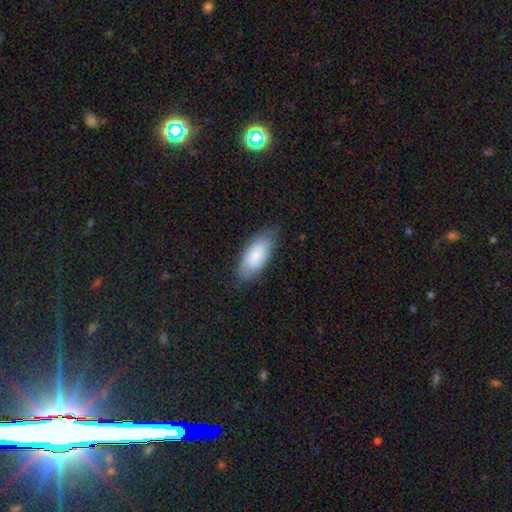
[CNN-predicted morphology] smooth-or-featured: smooth: 72% | featured or disk: 22% | star or artifact: 6%
  how-rounded: in between: 89% | cigar-shaped: 8% | round: 2%
  merging: none: 73% | minor disturbance: 21% | major disturbance: 4% | merger: 1%